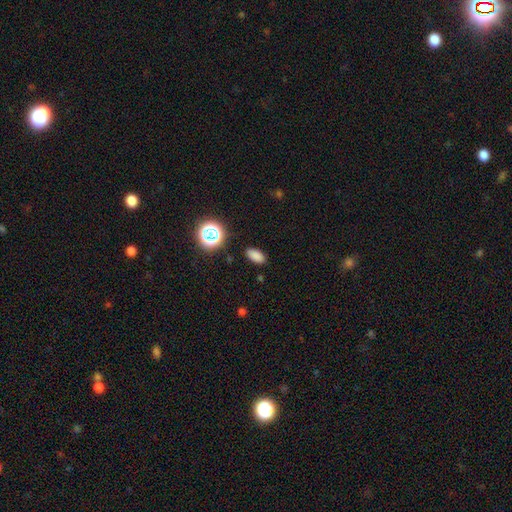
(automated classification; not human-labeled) A smooth galaxy with no disk features (80%) that is in between round and cigar-shaped (87%). Merging: none (87%).